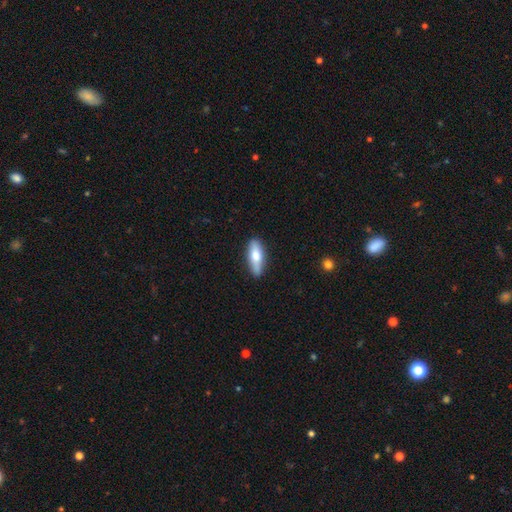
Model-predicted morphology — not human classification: Smooth or featured? Predicted: smooth (p=0.65). How rounded? Predicted: in between (p=0.55). Merging? Predicted: none (p=0.85).